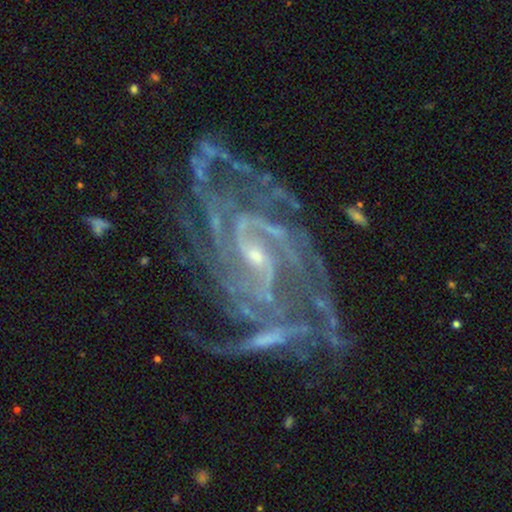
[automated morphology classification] featured or disk 83%, star or artifact 12%, smooth 5%. Down the decision tree: edge-on disk — no (96%); bar — weak (40%, tied with no); spiral arms — yes (97%); spiral arm count — can't tell (21%); spiral winding — tight (55%); bulge size — small (78%); merging — none (75%).